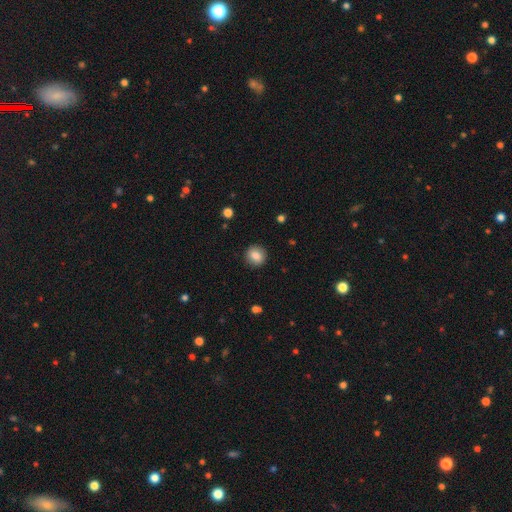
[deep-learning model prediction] Q: Smooth or featured?
A: smooth (85%); runner-up: star or artifact (9%)
Q: How rounded?
A: round (86%); runner-up: in between (13%)
Q: Merging?
A: none (91%); runner-up: minor disturbance (6%)